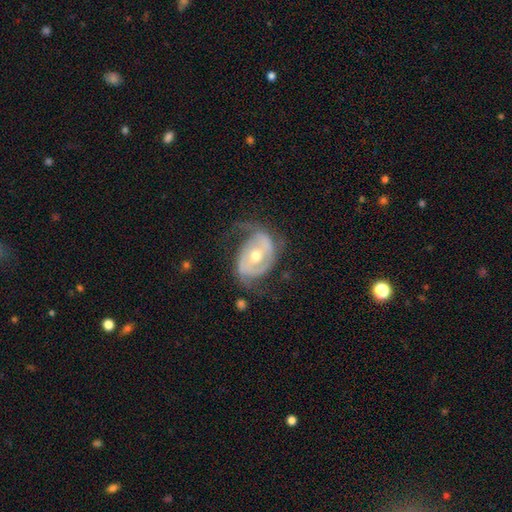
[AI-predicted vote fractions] Smooth or featured: featured or disk — 83% (smooth — 11%)
Edge-on disk: no — 96% (yes — 4%)
Bar: no — 47% (weak — 33%)
Spiral arms: yes — 90% (no — 10%)
Spiral winding: medium — 42% (loose — 31%)
Spiral arm count: 2 — 76% (can't tell — 10%)
Bulge size: moderate — 65% (small — 30%)
Merging: none — 55% (minor disturbance — 23%)